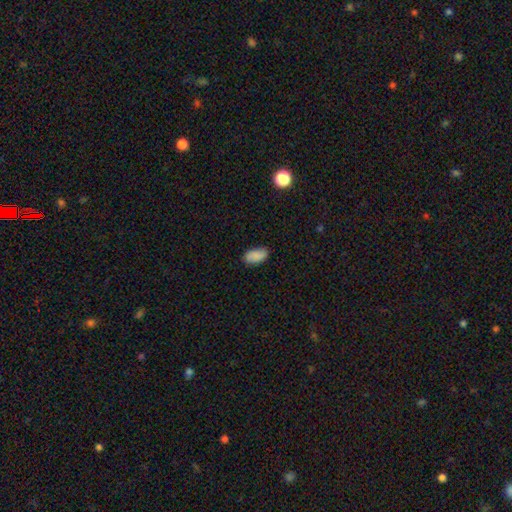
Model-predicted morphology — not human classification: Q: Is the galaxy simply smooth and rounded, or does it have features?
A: smooth — 86%.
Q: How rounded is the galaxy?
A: in between — 93%.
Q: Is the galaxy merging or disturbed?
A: none — 83%.